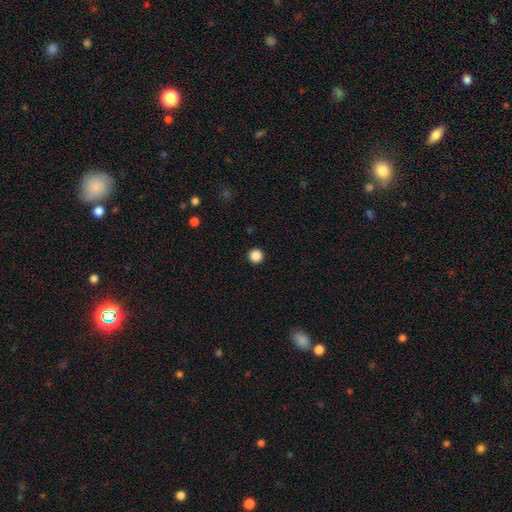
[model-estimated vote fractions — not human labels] This appears to be a smooth galaxy with no disk features (88%) that is round (96%). Merging: none (93%).